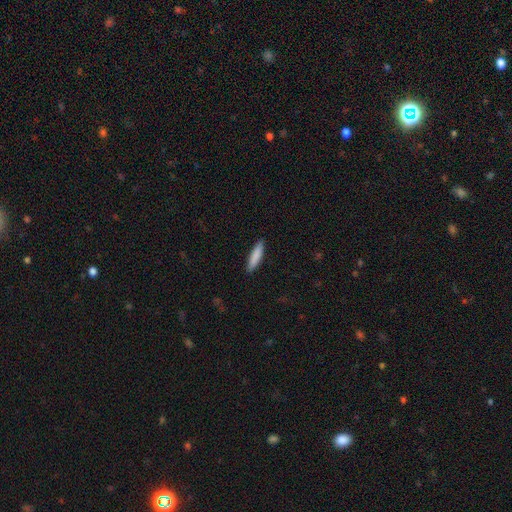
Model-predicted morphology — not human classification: type=smooth (86%); roundness=cigar-shaped (81%); merging=none (90%).